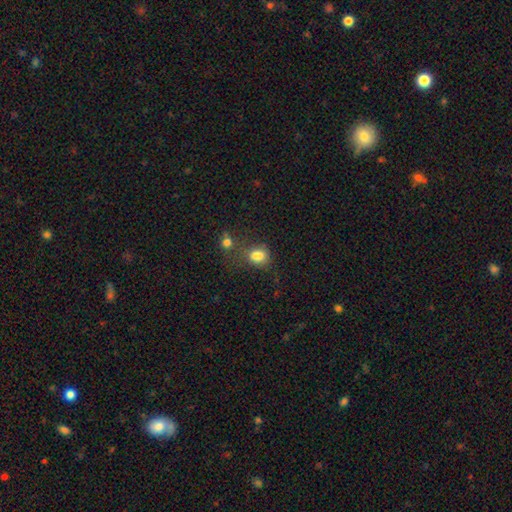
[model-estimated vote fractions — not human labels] Smooth or featured: smooth — 78% (star or artifact — 13%)
How rounded: in between — 55% (round — 43%)
Merging: none — 43% (merger — 30%)